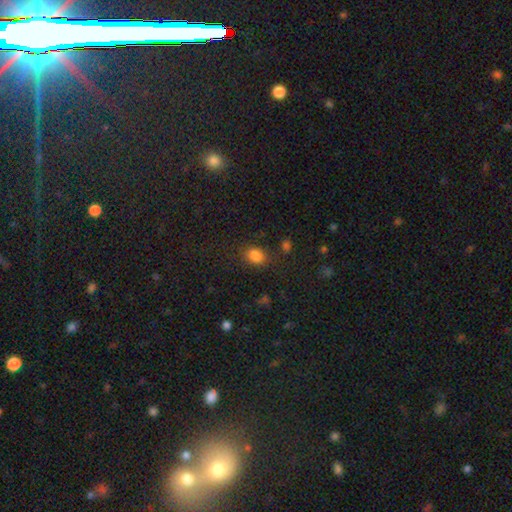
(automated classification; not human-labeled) Smooth or featured? smooth (82%)
How rounded? in between (68%)
Merging? none (74%)